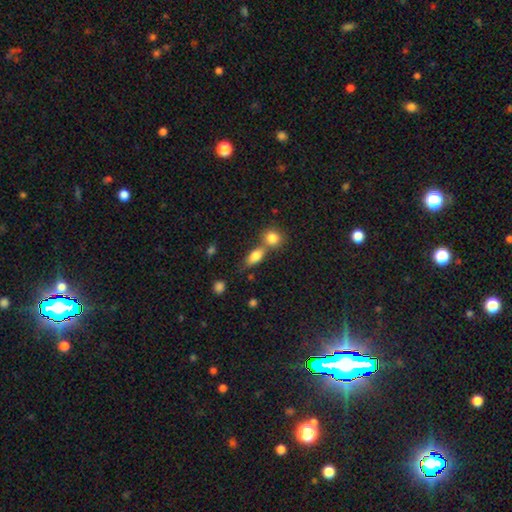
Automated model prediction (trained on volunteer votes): Smooth or featured?
  - smooth: 81% *
  - featured or disk: 10%
  - star or artifact: 9%
How rounded?
  - in between: 80% *
  - round: 11%
  - cigar-shaped: 9%
Merging?
  - none: 46% *
  - merger: 39%
  - minor disturbance: 11%
  - major disturbance: 4%